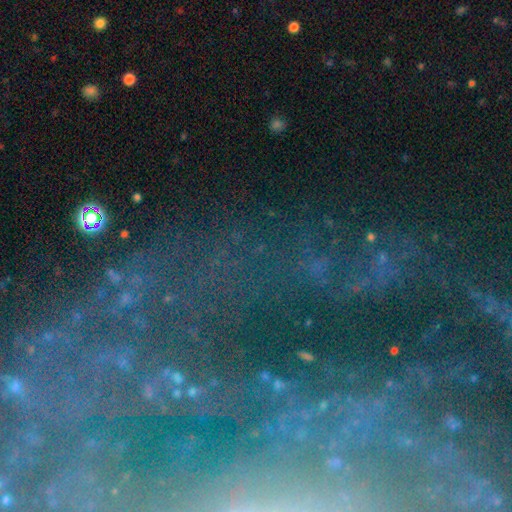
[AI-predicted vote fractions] smooth-or-featured: featured or disk: 54% | star or artifact: 32% | smooth: 14%
  disk-edge-on: no: 85% | yes: 15%
  merging: none: 69% | minor disturbance: 15% | major disturbance: 11% | merger: 5%